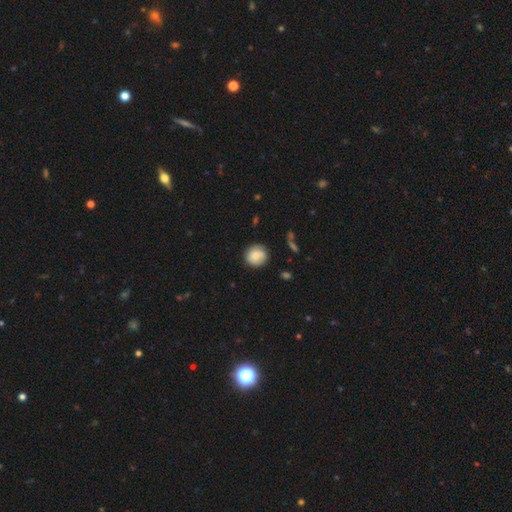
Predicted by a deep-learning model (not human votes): Smooth or featured? Predicted: smooth (p=0.77). How rounded? Predicted: round (p=0.90). Merging? Predicted: none (p=0.80).